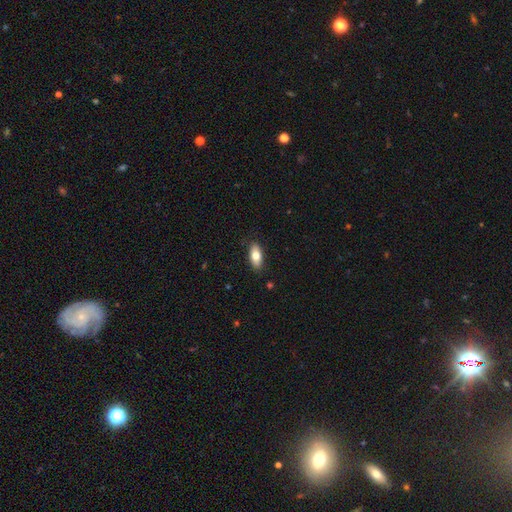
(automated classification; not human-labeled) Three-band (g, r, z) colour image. It shows a smooth galaxy with no disk features (76%) that is in between round and cigar-shaped (85%). Merging: none (87%).